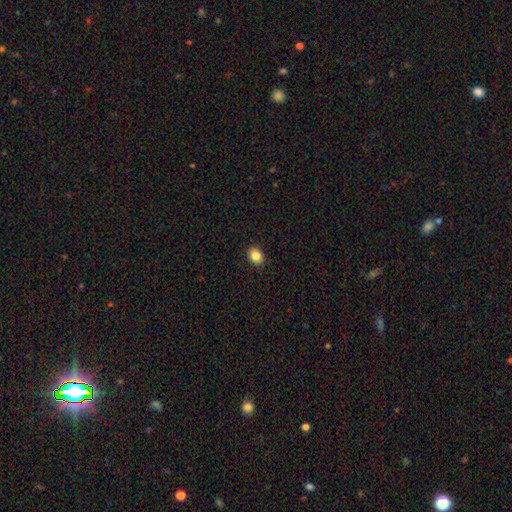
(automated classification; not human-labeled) smooth-or-featured: smooth: 86% | star or artifact: 9% | featured or disk: 5%
  how-rounded: in between: 63% | round: 36% | cigar-shaped: 1%
  merging: none: 90% | minor disturbance: 7% | major disturbance: 2% | merger: 1%